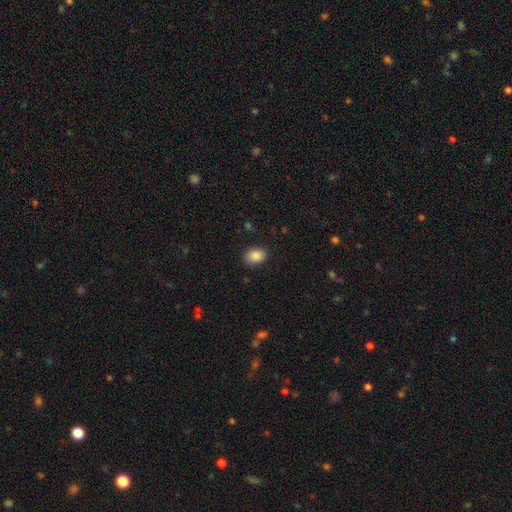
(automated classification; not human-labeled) Morphology: type=smooth (88%); roundness=in between (72%); merging=none (85%).